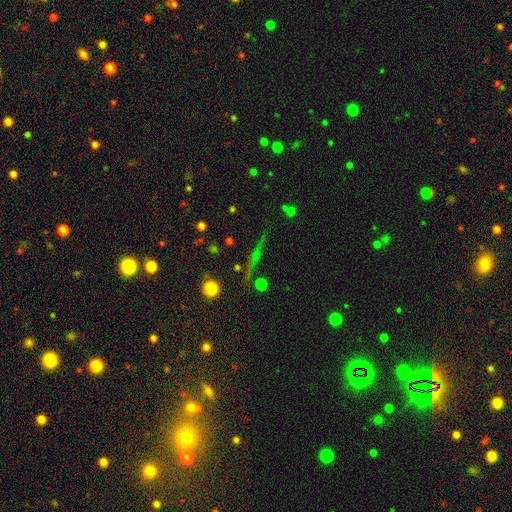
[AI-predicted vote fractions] This appears to be a star or artifact, not a galaxy (51%).